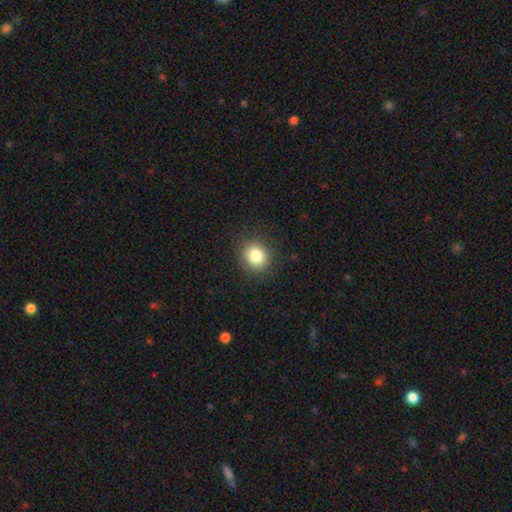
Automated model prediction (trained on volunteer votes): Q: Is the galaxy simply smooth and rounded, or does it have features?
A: smooth — 82%.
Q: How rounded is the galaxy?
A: round — 79%.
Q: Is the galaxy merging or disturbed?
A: none — 89%.